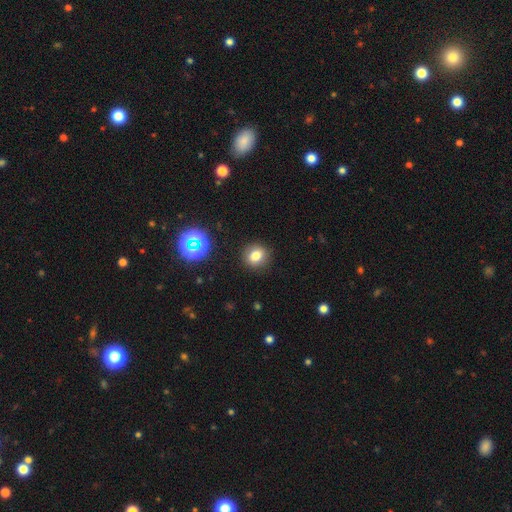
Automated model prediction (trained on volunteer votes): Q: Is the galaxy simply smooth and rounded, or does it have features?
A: smooth — 77%.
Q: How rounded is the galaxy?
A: round — 81%.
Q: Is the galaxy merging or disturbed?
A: none — 90%.